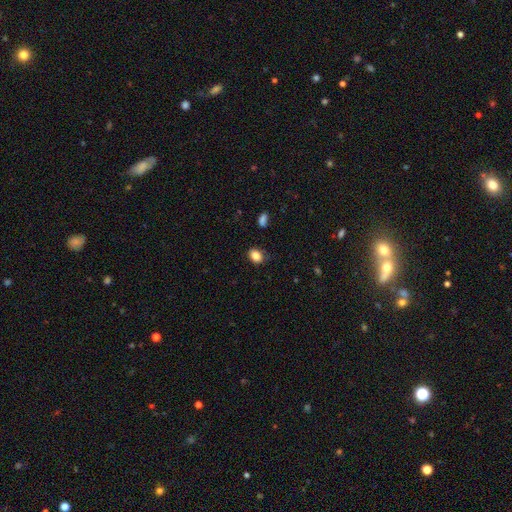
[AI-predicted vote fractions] Smooth or featured? smooth (85%)
How rounded? in between (66%)
Merging? none (78%)